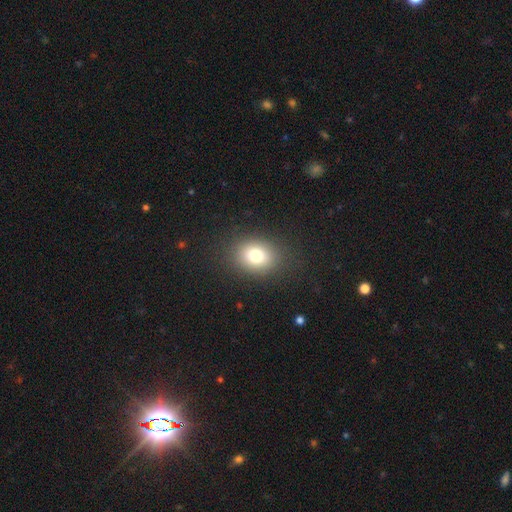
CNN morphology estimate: Smooth or featured: smooth — 77% (star or artifact — 12%)
How rounded: in between — 57% (round — 42%)
Merging: none — 86% (minor disturbance — 9%)